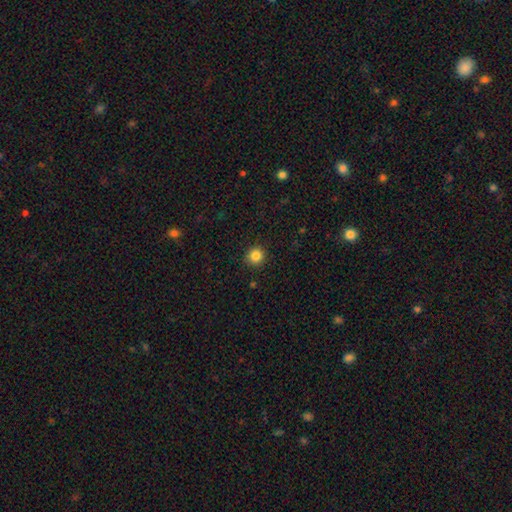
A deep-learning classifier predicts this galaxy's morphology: The model was most divided on "smooth or featured": smooth: 85%, star or artifact: 11%, featured or disk: 4%. More confident: how rounded — round (93%); merging — none (91%).